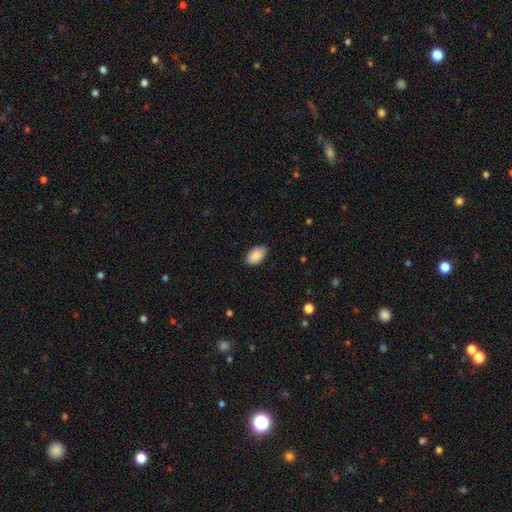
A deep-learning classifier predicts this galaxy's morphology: This appears to be a smooth galaxy with no disk features (89%) that is in between round and cigar-shaped (94%). Merging: none (86%).